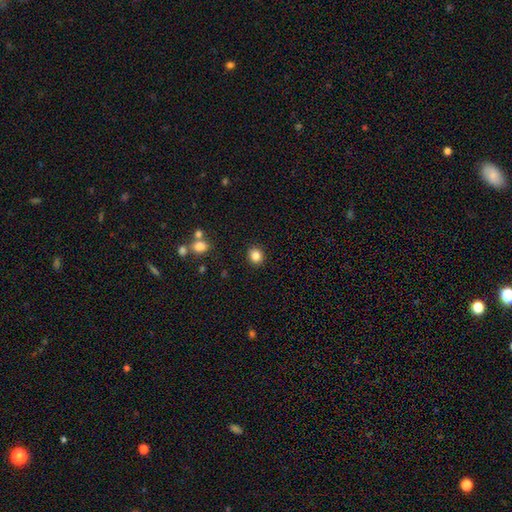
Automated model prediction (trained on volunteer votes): smooth 85%, star or artifact 10%, featured or disk 5%. Down the decision tree: how rounded — round (76%); merging — none (90%).